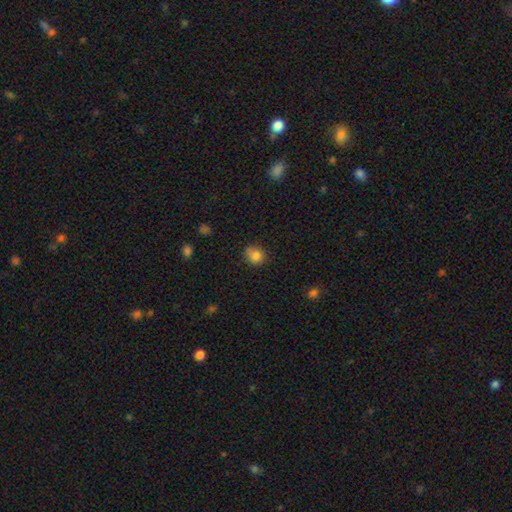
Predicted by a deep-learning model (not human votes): This appears to be a smooth galaxy with no disk features (83%) that is round (64%). Merging: none (68%).